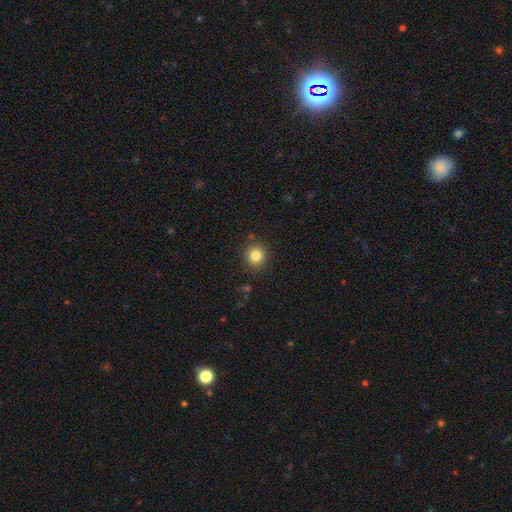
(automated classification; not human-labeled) Smooth or featured? smooth (83%)
How rounded? round (92%)
Merging? none (88%)